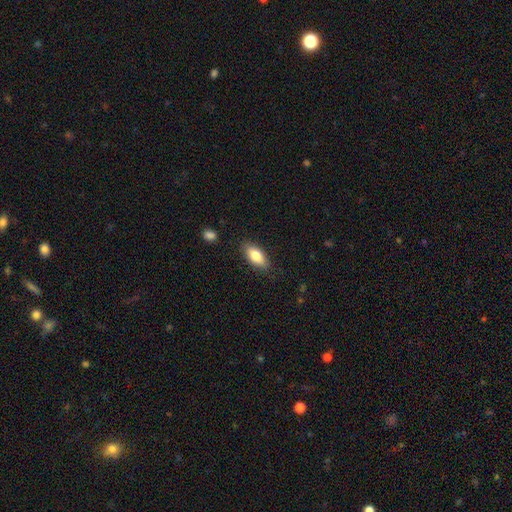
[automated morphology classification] This is clearly a smooth galaxy (80%). How rounded: clearly in between (86%). Merging: clearly none (85%).